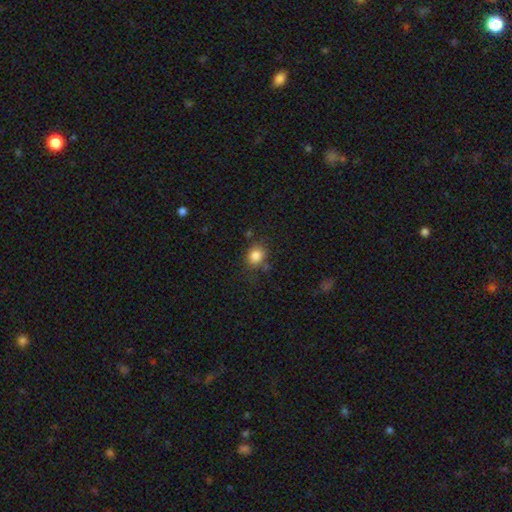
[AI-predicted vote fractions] smooth-or-featured: smooth: 83% | star or artifact: 11% | featured or disk: 6%
  how-rounded: round: 69% | in between: 30% | cigar-shaped: 1%
  merging: none: 72% | minor disturbance: 17% | major disturbance: 5% | merger: 5%